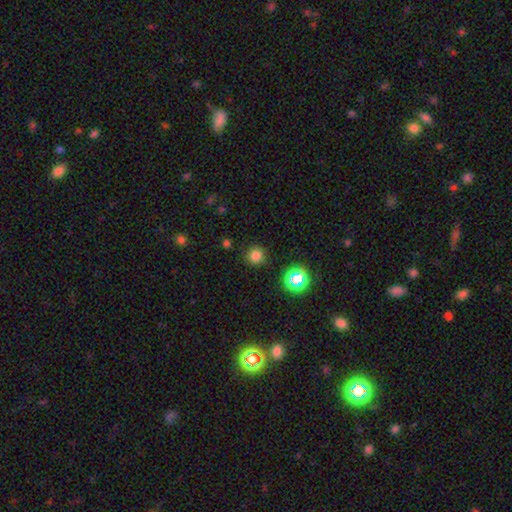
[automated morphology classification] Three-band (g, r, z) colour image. It shows a smooth galaxy with no disk features (76%) that is round (94%). Merging: none (88%).